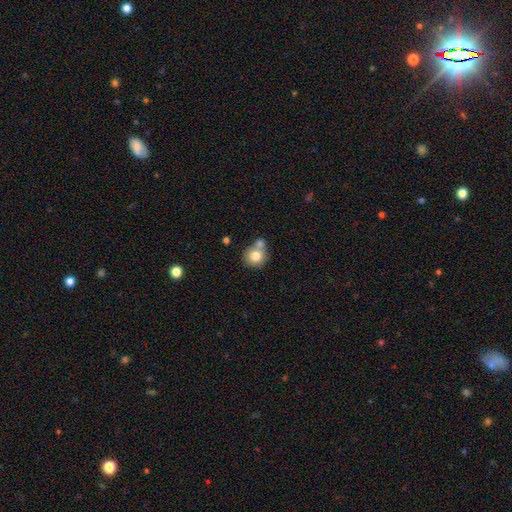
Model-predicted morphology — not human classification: type=smooth (77%); roundness=round (83%); merging=none (45%).